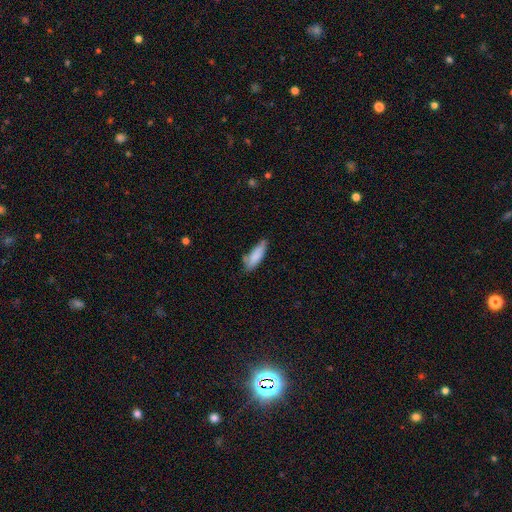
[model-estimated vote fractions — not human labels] Q: Smooth or featured?
A: smooth (83%); runner-up: featured or disk (11%)
Q: How rounded?
A: in between (50%); runner-up: cigar-shaped (48%)
Q: Merging?
A: none (63%); runner-up: minor disturbance (27%)